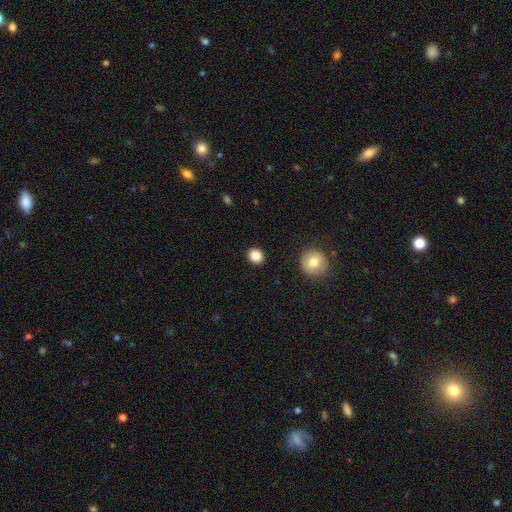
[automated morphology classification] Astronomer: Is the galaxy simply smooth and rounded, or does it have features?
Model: smooth — 86%.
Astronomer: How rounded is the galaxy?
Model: round — 69%.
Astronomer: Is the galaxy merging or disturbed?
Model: none — 91%.